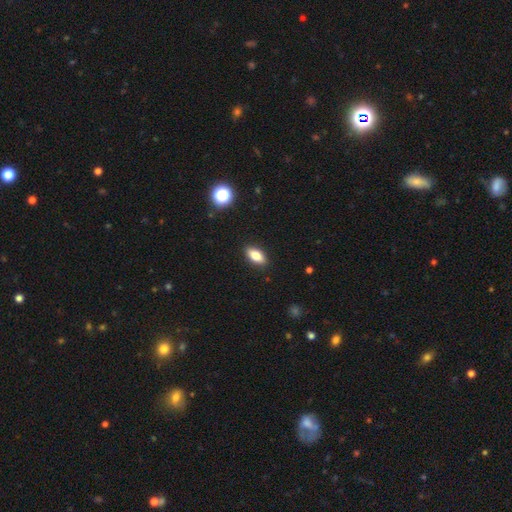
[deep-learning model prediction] smooth 79%, featured or disk 13%, star or artifact 9%. Down the decision tree: how rounded — in between (86%); merging — none (89%).